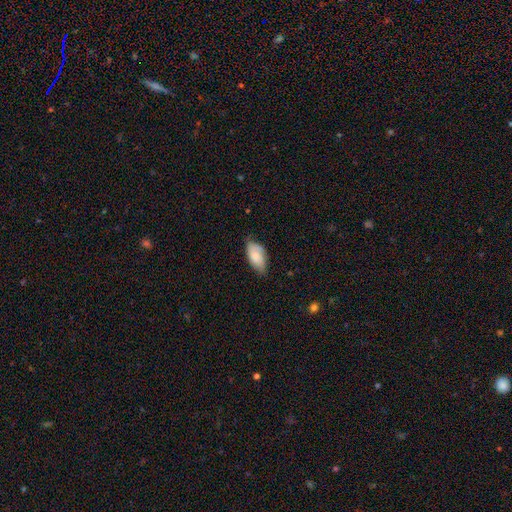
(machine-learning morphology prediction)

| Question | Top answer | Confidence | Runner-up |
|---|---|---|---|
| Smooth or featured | smooth | 76% | featured or disk (17%) |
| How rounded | in between | 93% | cigar-shaped (5%) |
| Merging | none | 60% | minor disturbance (33%) |